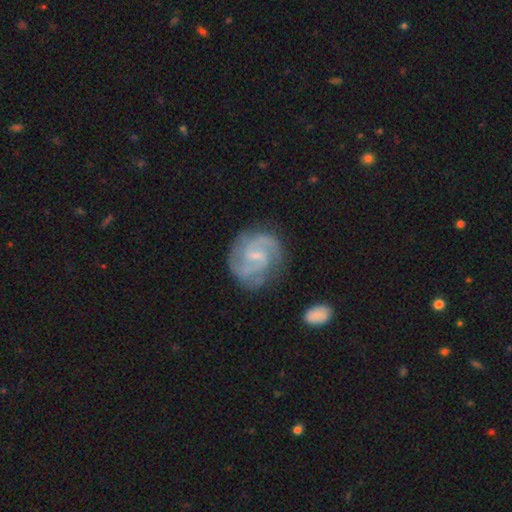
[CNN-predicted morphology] Smooth or featured? Predicted: featured or disk (p=0.87). Edge-on disk? Predicted: no (p=0.98). Bar? Predicted: weak (p=0.58). Spiral arms? Predicted: yes (p=0.97). Spiral winding? Predicted: medium (p=0.56). Spiral arm count? Predicted: 2 (p=0.78). Bulge size? Predicted: small (p=0.68). Merging? Predicted: none (p=0.75).